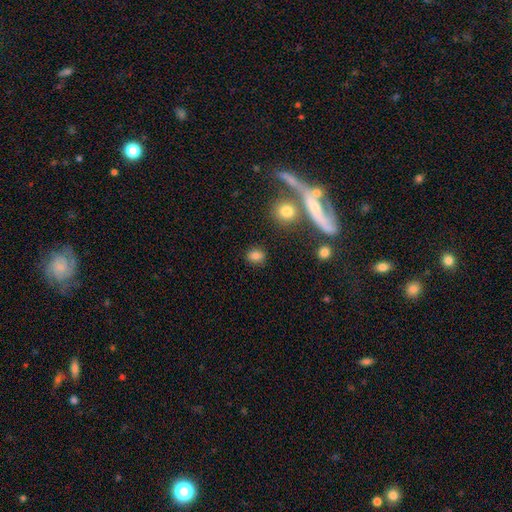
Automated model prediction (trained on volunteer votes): Smooth or featured? Predicted: smooth (p=0.80). How rounded? Predicted: in between (p=0.55). Merging? Predicted: none (p=0.82).